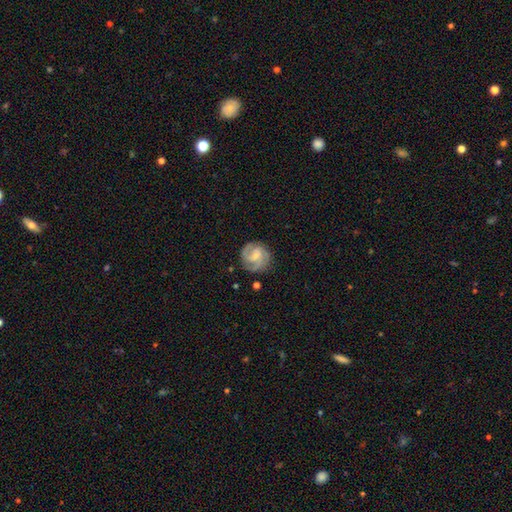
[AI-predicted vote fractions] Overall: featured or disk (78%). Edge-on disk: no (98%). Bar: weak (46%; no 43%). Spiral arms: yes (94%). Spiral arm count: 2 (38%; 3 34%). Spiral winding: tight (49%; medium 42%). Bulge size: small (53%; moderate 28%). Merging: none (75%).